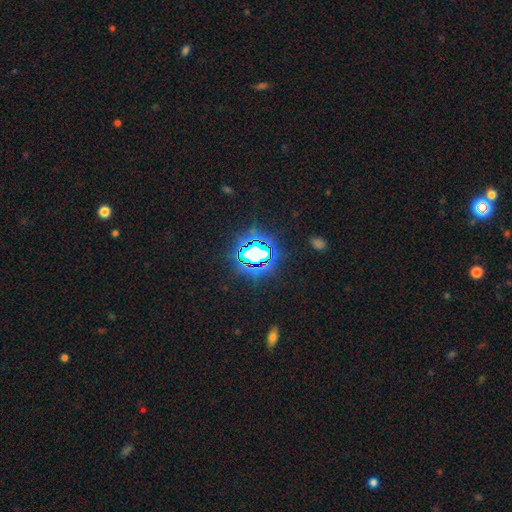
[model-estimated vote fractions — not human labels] Q: Smooth or featured?
A: star or artifact (70%); runner-up: smooth (18%)